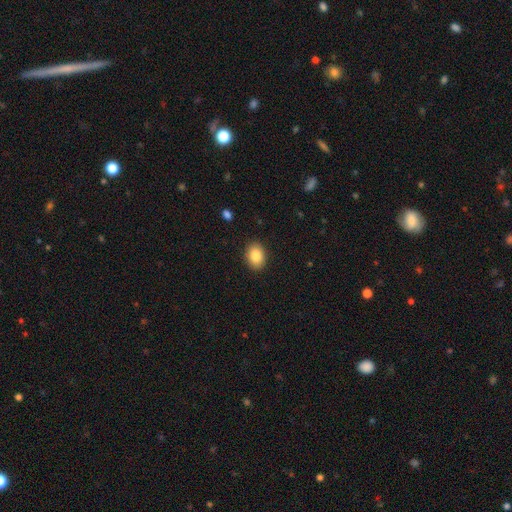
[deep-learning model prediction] smooth 87%, star or artifact 8%, featured or disk 6%. Down the decision tree: how rounded — in between (71%); merging — none (90%).